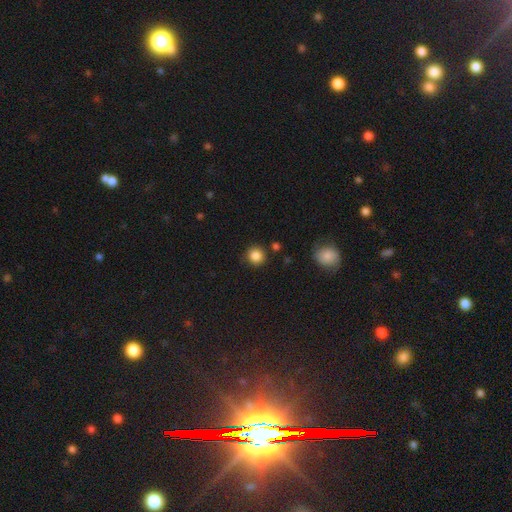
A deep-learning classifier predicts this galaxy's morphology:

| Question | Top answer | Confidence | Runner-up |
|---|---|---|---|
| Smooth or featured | smooth | 85% | star or artifact (11%) |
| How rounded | round | 93% | in between (6%) |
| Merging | none | 88% | minor disturbance (7%) |